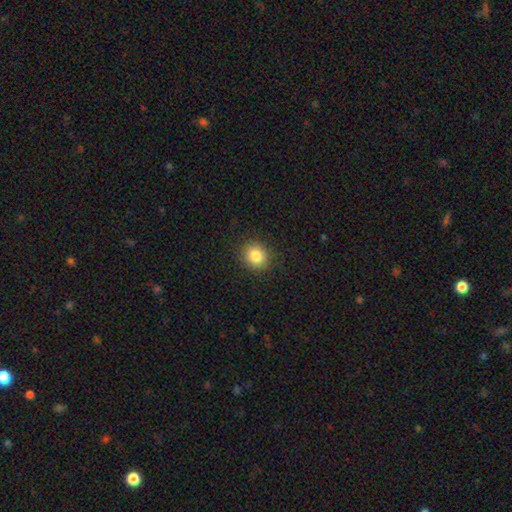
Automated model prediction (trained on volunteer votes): This appears to be a smooth galaxy with no disk features (83%) that is round (81%). Merging: none (89%).